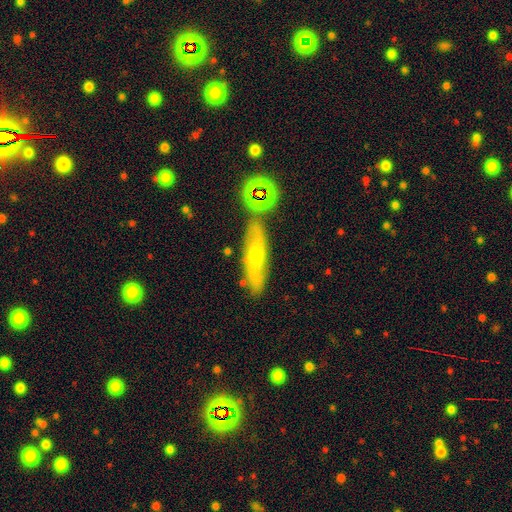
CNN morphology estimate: This is possibly a featured or disk galaxy (55%). It is possibly not viewed edge-on (52%). Merging: likely none (74%).